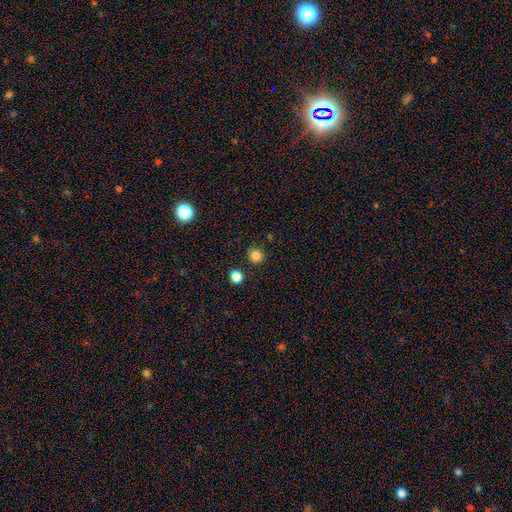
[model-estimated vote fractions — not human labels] A smooth galaxy with no disk features (83%) that is round (92%).

Vote fractions:
- Smooth or featured? smooth: 83% / star or artifact: 13% / featured or disk: 4%
- How rounded? round: 92% / in between: 7% / cigar-shaped: 1%
- Merging? none: 85% / minor disturbance: 9% / merger: 4% / major disturbance: 2%